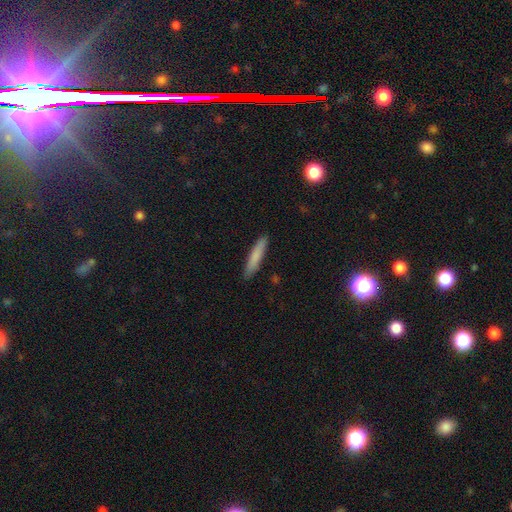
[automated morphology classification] A smooth galaxy with no disk features (80%) that is cigar-shaped (92%). Merging: none (89%).